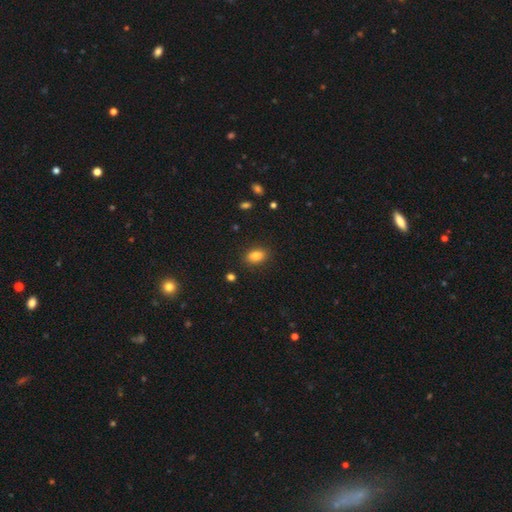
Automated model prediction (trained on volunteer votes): This appears to be a smooth galaxy with no disk features (85%) that is in between round and cigar-shaped (85%). Merging: none (86%).